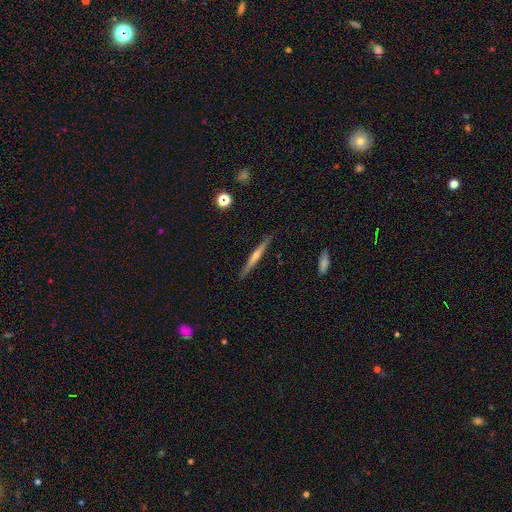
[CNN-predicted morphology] This is likely a featured or disk galaxy (61%). It is clearly viewed edge-on (97%). Edge-on bulge: likely rounded (64%). Merging: clearly none (89%).